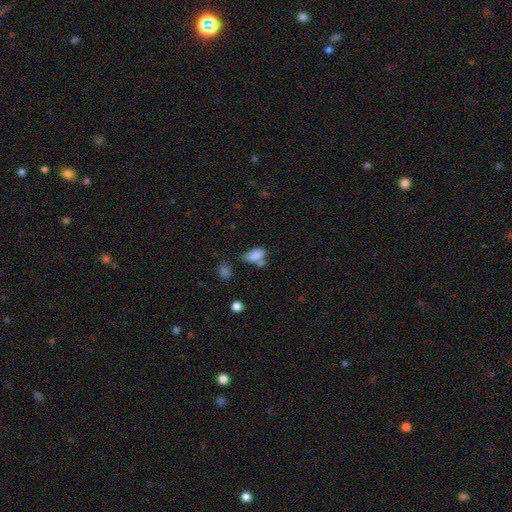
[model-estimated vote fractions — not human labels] Q: Smooth or featured?
A: smooth (82%); runner-up: star or artifact (9%)
Q: How rounded?
A: in between (90%); runner-up: cigar-shaped (6%)
Q: Merging?
A: none (42%); runner-up: merger (29%)